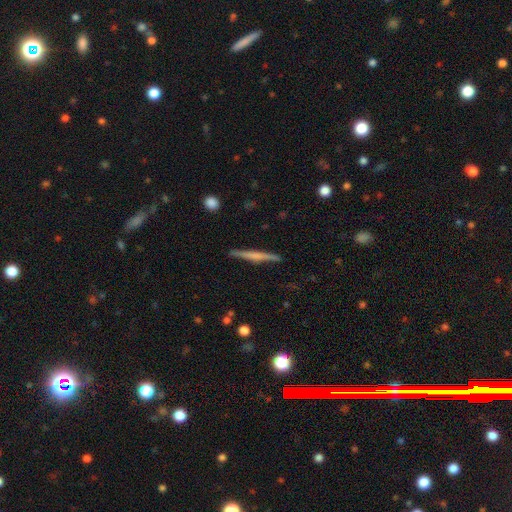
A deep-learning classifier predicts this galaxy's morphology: Smooth or featured: featured or disk — 58% (smooth — 36%)
Edge-on disk: yes — 98% (no — 2%)
Edge-on bulge: none — 43% (rounded — 36%)
Merging: none — 89% (minor disturbance — 8%)